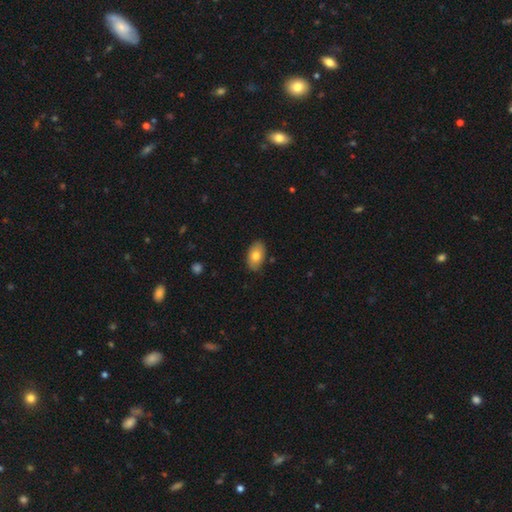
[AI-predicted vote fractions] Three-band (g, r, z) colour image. It shows a smooth galaxy with no disk features (77%) that is in between round and cigar-shaped (92%). Merging: none (84%).